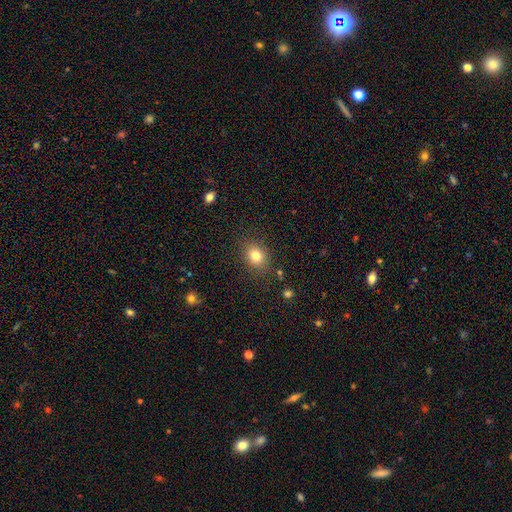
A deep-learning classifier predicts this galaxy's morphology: Smooth or featured?
  - smooth: 80% *
  - star or artifact: 12%
  - featured or disk: 9%
How rounded?
  - round: 50% *
  - in between: 49%
  - cigar-shaped: 1%
Merging?
  - none: 85% *
  - minor disturbance: 10%
  - major disturbance: 3%
  - merger: 2%